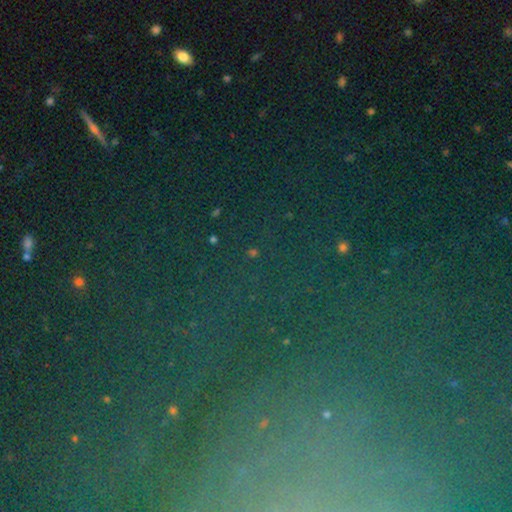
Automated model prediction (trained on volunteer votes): star or artifact 73%, smooth 14%, featured or disk 13%.